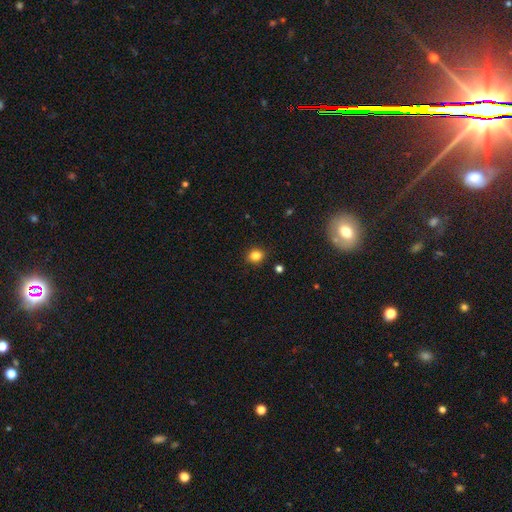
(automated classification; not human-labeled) The model was most divided on "how rounded": round: 66%, in between: 33%, cigar-shaped: 1%. More confident: merging — none (88%); smooth or featured — smooth (82%).